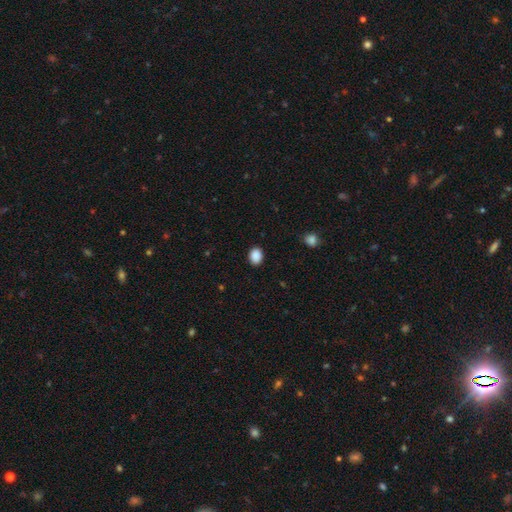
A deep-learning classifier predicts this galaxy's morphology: smooth_or_featured: smooth (p=0.89) [alt: star or artifact p=0.09]
how_rounded: in between (p=0.62) [alt: round p=0.37]
merging: none (p=0.89) [alt: minor disturbance p=0.08]